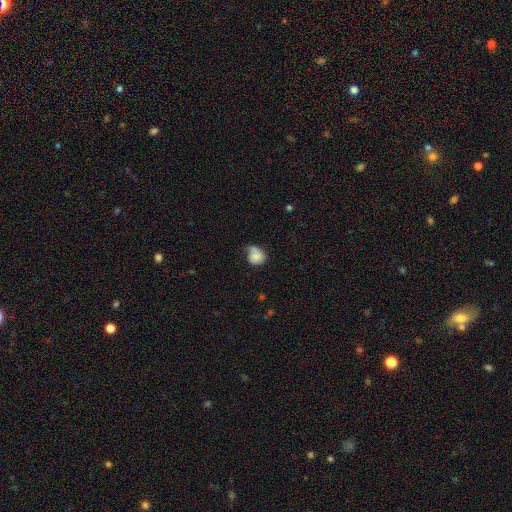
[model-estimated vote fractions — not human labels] smooth-or-featured: smooth: 72% | featured or disk: 20% | star or artifact: 9%
  how-rounded: round: 65% | in between: 34% | cigar-shaped: 1%
  merging: minor disturbance: 36% (tied) | none: 36% (tied) | major disturbance: 20% | merger: 8%